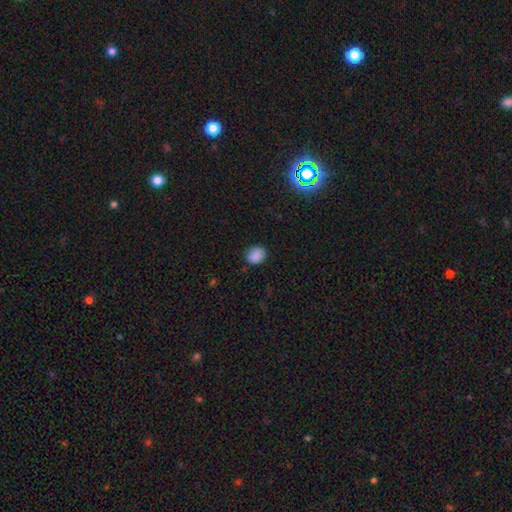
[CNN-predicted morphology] This appears to be a smooth galaxy with no disk features (87%) that is round (67%). Merging: none (81%).